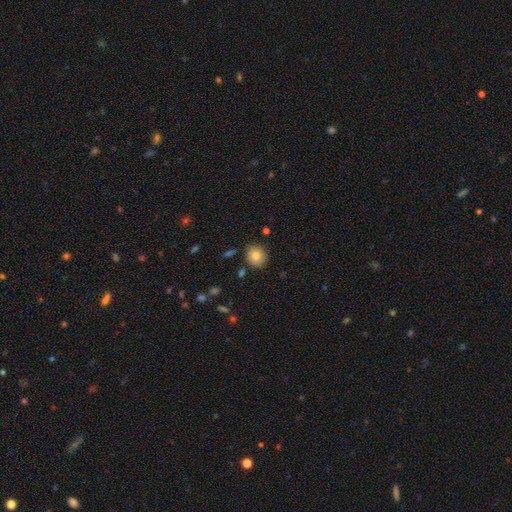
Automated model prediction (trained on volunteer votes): Overall: smooth (78%). How rounded: round (78%). Merging: none (85%).